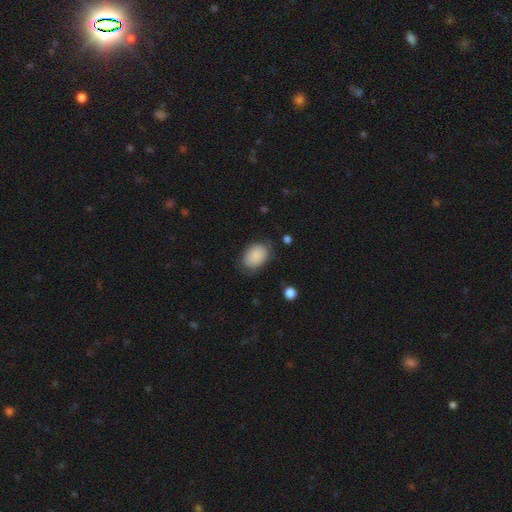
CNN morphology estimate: Smooth or featured? smooth (87%)
How rounded? in between (85%)
Merging? none (76%)